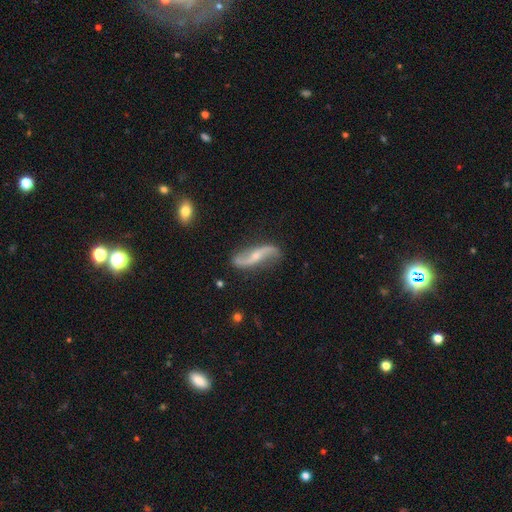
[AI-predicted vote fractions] Morphology: type=featured or disk (87%); edge-on=no (91%); bar=no (43%); spiral arms=yes (96%); winding=loose (88%); arm count=2 (94%); bulge=small (58%); merging=none (80%).